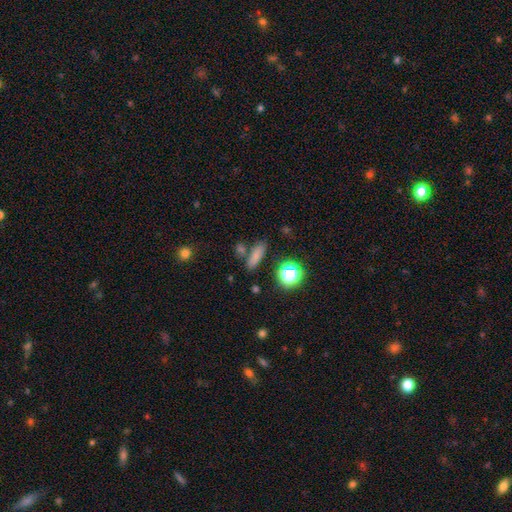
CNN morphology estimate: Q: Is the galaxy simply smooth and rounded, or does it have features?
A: smooth — 74%.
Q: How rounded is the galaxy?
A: cigar-shaped — 48%.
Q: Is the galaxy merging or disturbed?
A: none — 73%.